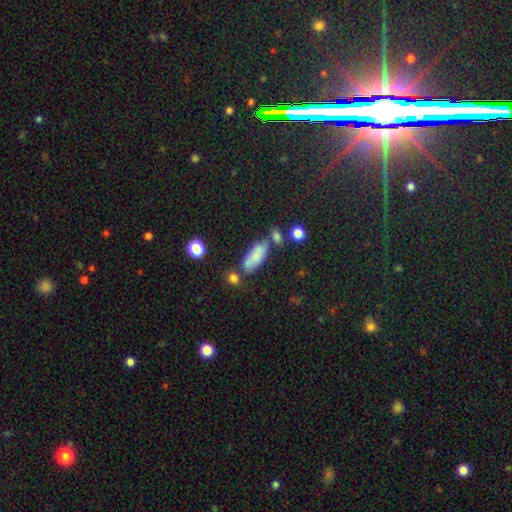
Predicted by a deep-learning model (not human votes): smooth_or_featured: smooth (p=0.75) [alt: featured or disk p=0.15]
how_rounded: in between (p=0.71) [alt: cigar-shaped p=0.25]
merging: none (p=0.52) [alt: minor disturbance p=0.21]